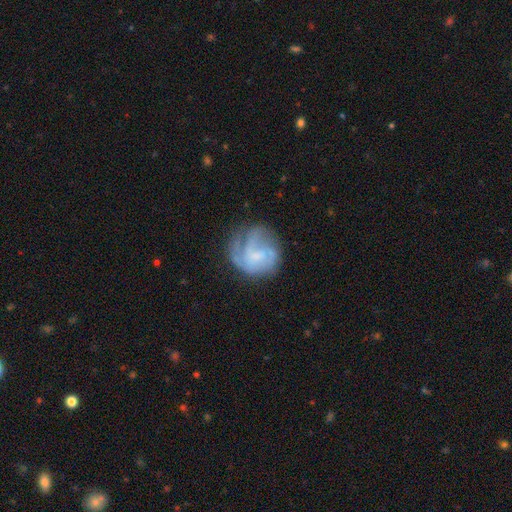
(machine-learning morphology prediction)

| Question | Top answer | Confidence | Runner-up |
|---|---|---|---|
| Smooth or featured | featured or disk | 62% | smooth (29%) |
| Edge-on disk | no | 98% | yes (2%) |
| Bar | no | 59% | weak (35%) |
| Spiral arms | yes | 76% | no (24%) |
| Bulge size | small | 36% | tied: none (36%) |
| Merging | none | 50% | major disturbance (24%) |